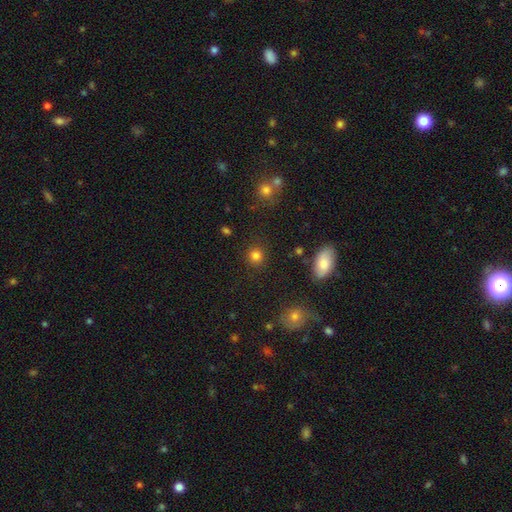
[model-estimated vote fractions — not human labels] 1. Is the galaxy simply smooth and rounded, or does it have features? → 82% smooth, 13% star or artifact, 5% featured or disk.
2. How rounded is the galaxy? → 88% round, 11% in between, 1% cigar-shaped.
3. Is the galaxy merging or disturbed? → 89% none, 7% minor disturbance, 3% major disturbance, 2% merger.